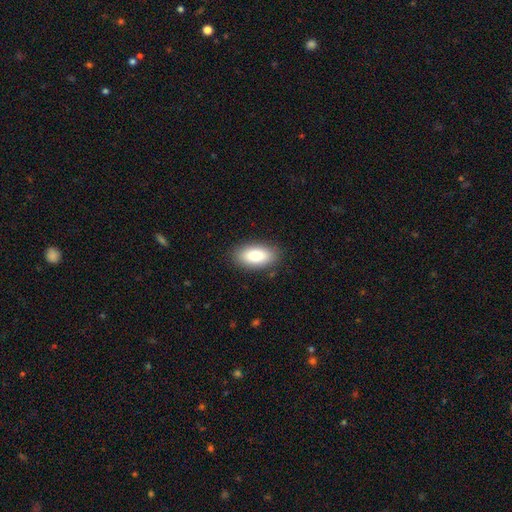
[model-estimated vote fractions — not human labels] This is clearly a smooth galaxy (83%). How rounded: clearly in between (91%). Merging: clearly none (87%).